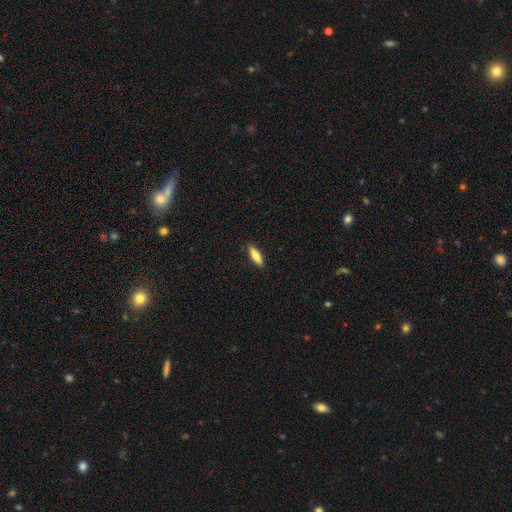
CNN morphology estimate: smooth_or_featured: smooth (p=0.77) [alt: featured or disk p=0.17]
how_rounded: cigar-shaped (p=0.56) [alt: in between p=0.42]
merging: none (p=0.89) [alt: minor disturbance p=0.08]